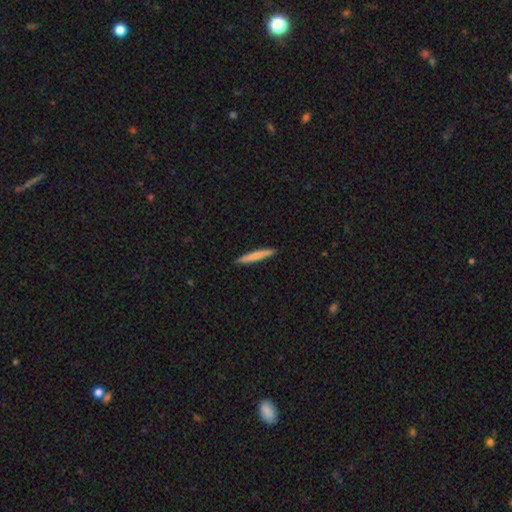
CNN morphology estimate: A smooth galaxy with no disk features (72%) that is cigar-shaped (96%). Merging: none (92%).